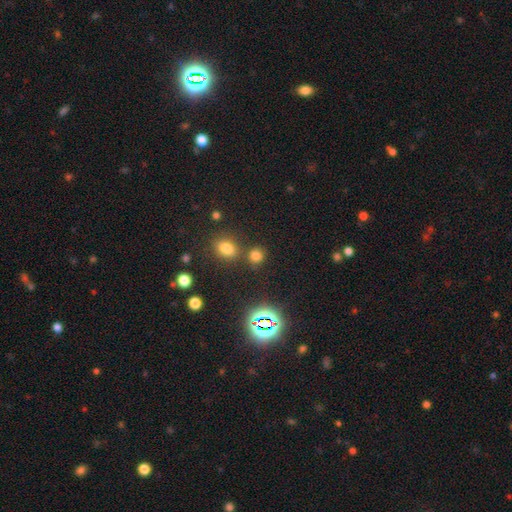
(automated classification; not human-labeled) Overall: smooth (69%). How rounded: round (81%). Merging: none (74%).